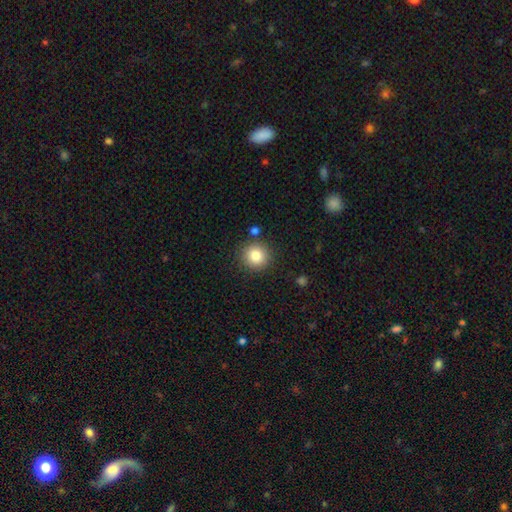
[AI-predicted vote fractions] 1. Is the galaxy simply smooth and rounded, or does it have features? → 83% smooth, 10% star or artifact, 6% featured or disk.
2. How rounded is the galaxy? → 92% round, 7% in between, 1% cigar-shaped.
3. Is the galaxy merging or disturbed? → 85% none, 8% minor disturbance, 4% merger, 3% major disturbance.